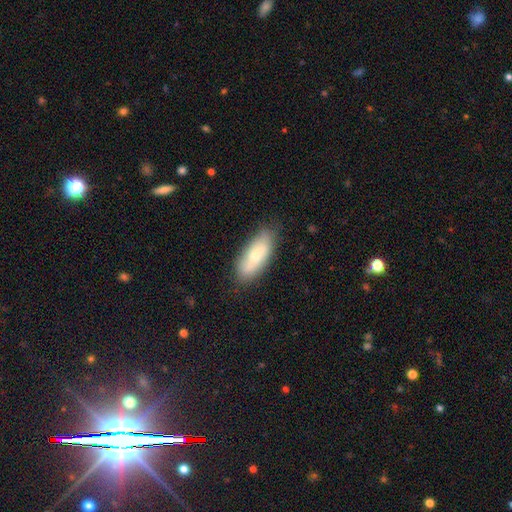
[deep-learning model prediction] smooth-or-featured: smooth: 66% | featured or disk: 28% | star or artifact: 6%
  how-rounded: in between: 79% | cigar-shaped: 18% | round: 2%
  merging: none: 75% | minor disturbance: 18% | major disturbance: 4% | merger: 2%